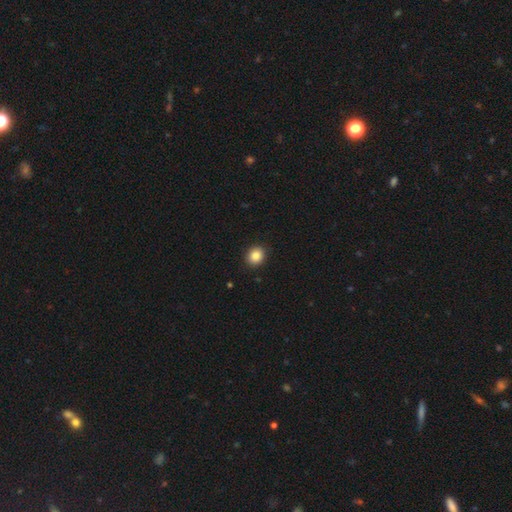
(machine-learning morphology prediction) Smooth or featured? smooth (86%)
How rounded? round (73%)
Merging? none (91%)